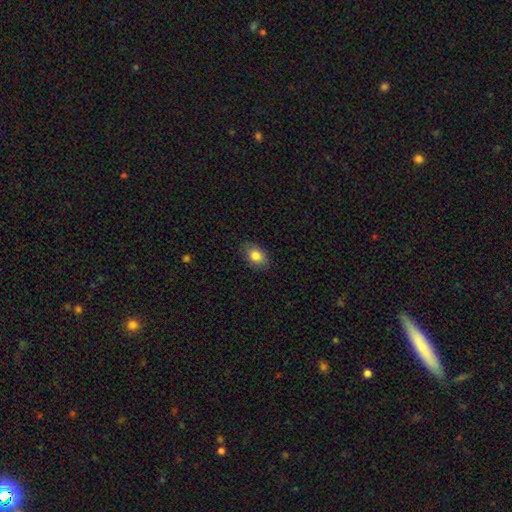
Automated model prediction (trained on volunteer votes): Overall: smooth (83%). How rounded: in between (84%). Merging: none (84%).